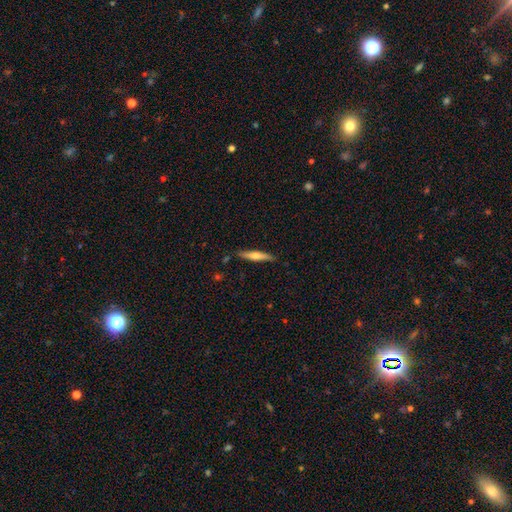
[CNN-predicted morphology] Smooth or featured? Predicted: featured or disk (p=0.47, tied with smooth). Merging? Predicted: none (p=0.89).